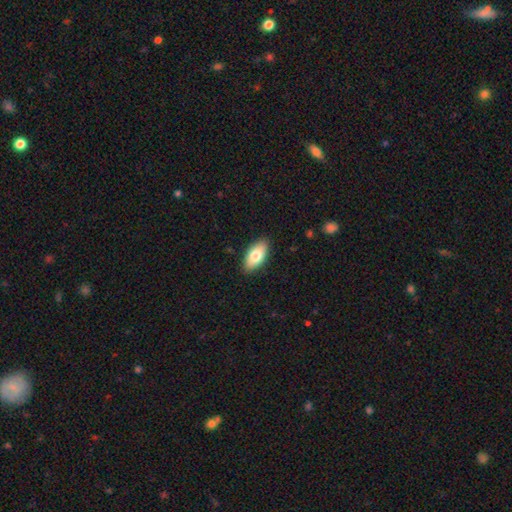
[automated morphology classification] A smooth galaxy with no disk features (77%) that is in between round and cigar-shaped (92%). Merging: none (88%).